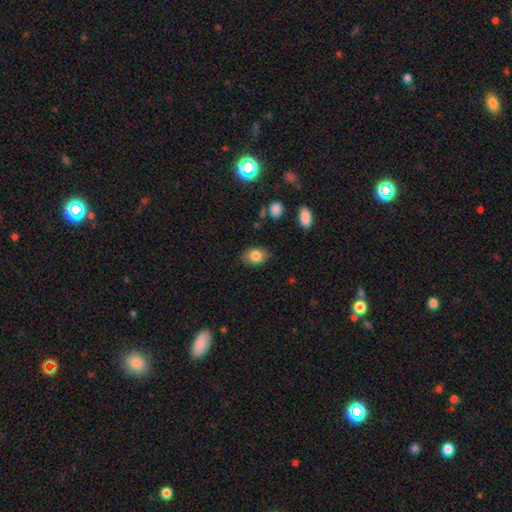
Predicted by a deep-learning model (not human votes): Smooth or featured? smooth (83%)
How rounded? in between (72%)
Merging? none (82%)